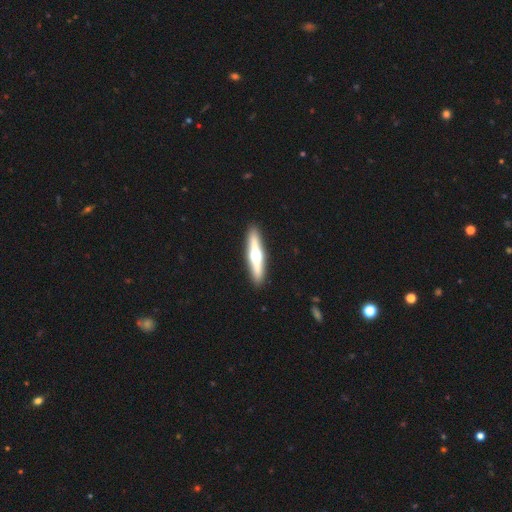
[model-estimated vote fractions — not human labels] Q: Smooth or featured?
A: featured or disk (61%); runner-up: smooth (33%)
Q: Edge-on disk?
A: yes (94%); runner-up: no (6%)
Q: Edge-on bulge?
A: rounded (94%); runner-up: none (3%)
Q: Merging?
A: none (92%); runner-up: minor disturbance (6%)